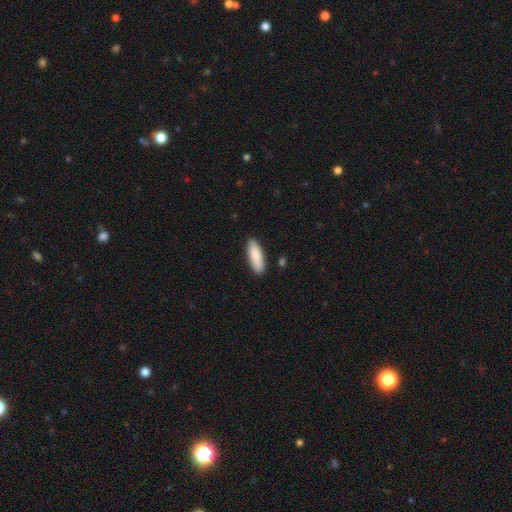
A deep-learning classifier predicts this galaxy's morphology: type=smooth (86%); roundness=in between (59%); merging=none (87%).